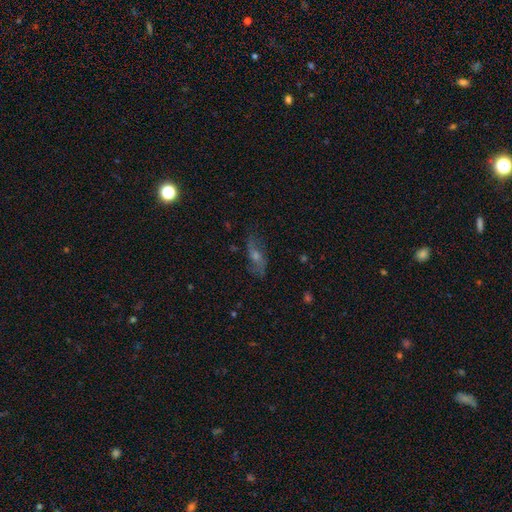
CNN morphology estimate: Smooth or featured? featured or disk (61%)
Edge-on disk? no (81%)
Merging? none (74%)